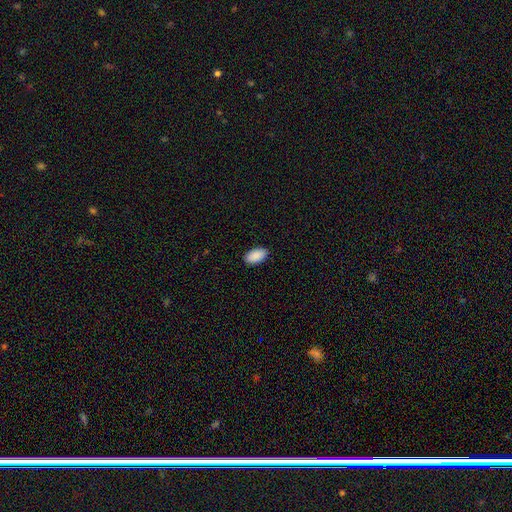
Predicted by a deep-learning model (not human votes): A smooth galaxy with no disk features (91%) that is in between round and cigar-shaped (95%). Merging: none (89%).